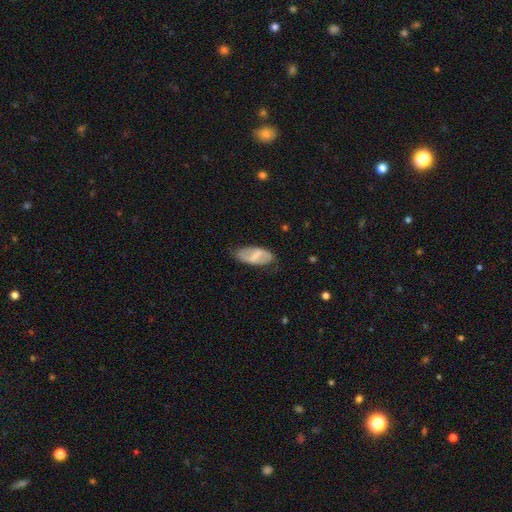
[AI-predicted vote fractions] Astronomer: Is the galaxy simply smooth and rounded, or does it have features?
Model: smooth — 47% (runner-up: featured or disk, 46%).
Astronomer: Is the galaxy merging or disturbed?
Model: none — 71%.